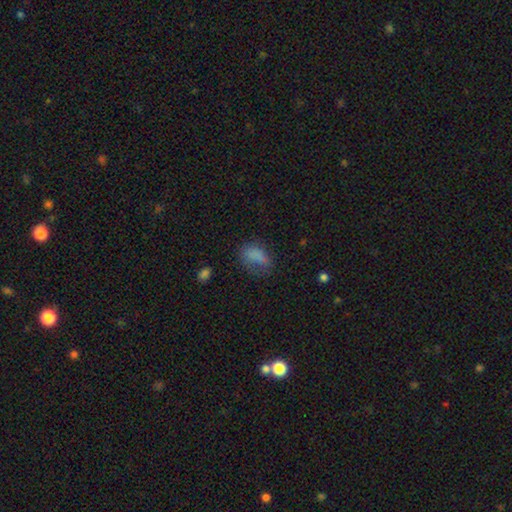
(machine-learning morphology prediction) type=smooth (77%); roundness=in between (84%); merging=none (47%).